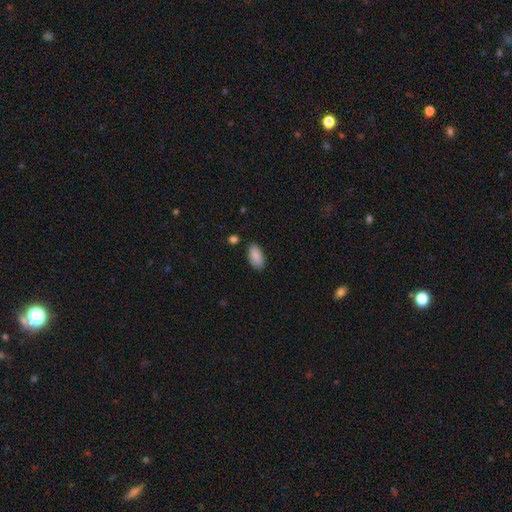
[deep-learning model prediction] A smooth galaxy with no disk features (88%) that is in between round and cigar-shaped (92%).

Vote fractions:
- Smooth or featured? smooth: 88% / star or artifact: 7% / featured or disk: 5%
- How rounded? in between: 92% / cigar-shaped: 5% / round: 2%
- Merging? none: 82% / minor disturbance: 13% / major disturbance: 3% / merger: 2%